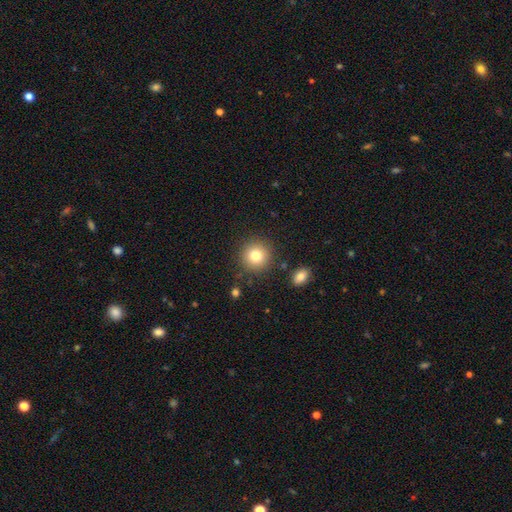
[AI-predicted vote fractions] smooth 81%, star or artifact 11%, featured or disk 9%. Down the decision tree: how rounded — round (93%); merging — none (87%).